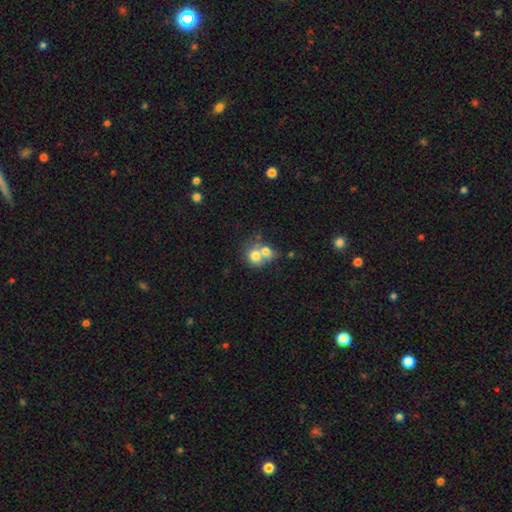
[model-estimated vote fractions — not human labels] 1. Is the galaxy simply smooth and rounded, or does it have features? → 73% smooth, 18% featured or disk, 9% star or artifact.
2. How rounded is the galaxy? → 67% round, 32% in between, 1% cigar-shaped.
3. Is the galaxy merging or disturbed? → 66% merger, 24% none, 7% minor disturbance, 4% major disturbance.